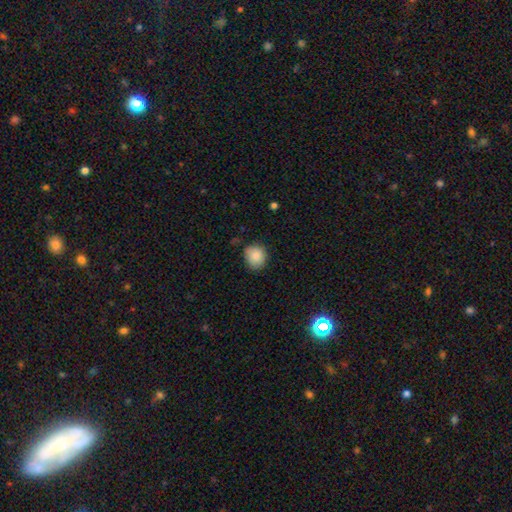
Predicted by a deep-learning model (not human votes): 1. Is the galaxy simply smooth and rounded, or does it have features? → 85% smooth, 9% star or artifact, 6% featured or disk.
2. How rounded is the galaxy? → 77% round, 22% in between, 1% cigar-shaped.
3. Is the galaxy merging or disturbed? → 78% none, 17% minor disturbance, 3% major disturbance, 2% merger.